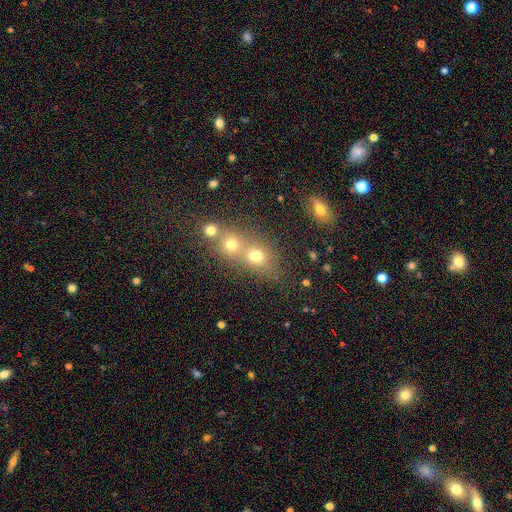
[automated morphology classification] Q: Smooth or featured?
A: smooth (69%); runner-up: star or artifact (17%)
Q: How rounded?
A: round (67%); runner-up: in between (31%)
Q: Merging?
A: merger (52%); runner-up: none (37%)